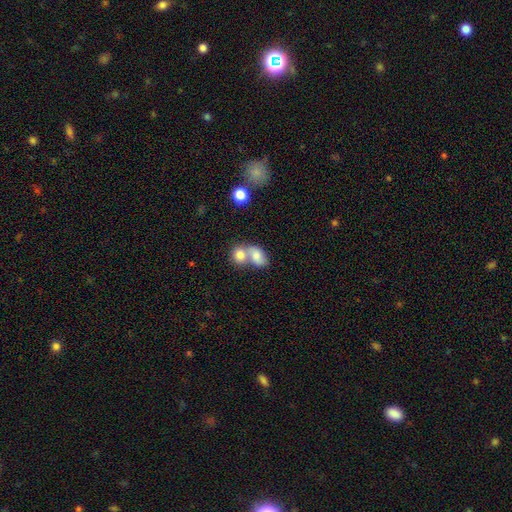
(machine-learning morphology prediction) A smooth galaxy with no disk features (77%) that is in between round and cigar-shaped (72%).

Vote fractions:
- Smooth or featured? smooth: 77% / featured or disk: 15% / star or artifact: 8%
- How rounded? in between: 72% / round: 26% / cigar-shaped: 2%
- Merging? merger: 68% / none: 21% / minor disturbance: 7% / major disturbance: 4%